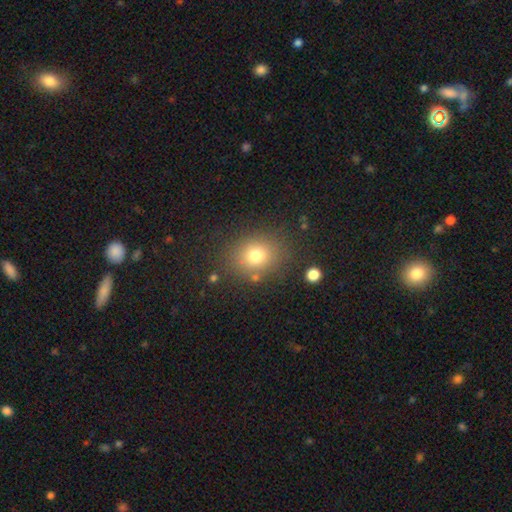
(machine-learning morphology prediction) A smooth galaxy with no disk features (76%) that is round (67%).

Vote fractions:
- Smooth or featured? smooth: 76% / star or artifact: 14% / featured or disk: 10%
- How rounded? round: 67% / in between: 32% / cigar-shaped: 1%
- Merging? none: 81% / minor disturbance: 11% / major disturbance: 5% / merger: 4%